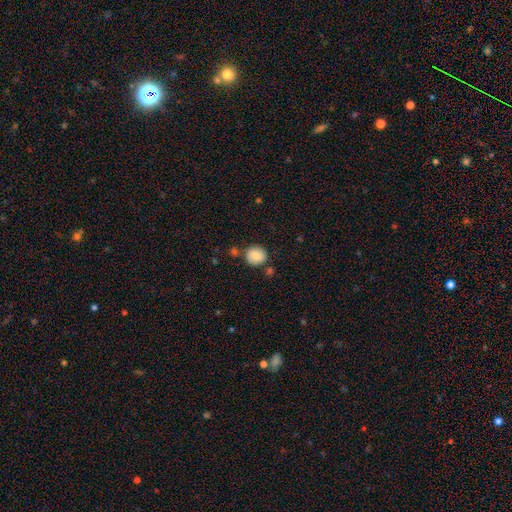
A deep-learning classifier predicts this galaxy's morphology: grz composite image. It shows a smooth galaxy with no disk features (82%) that is round (84%). Merging: none (77%).